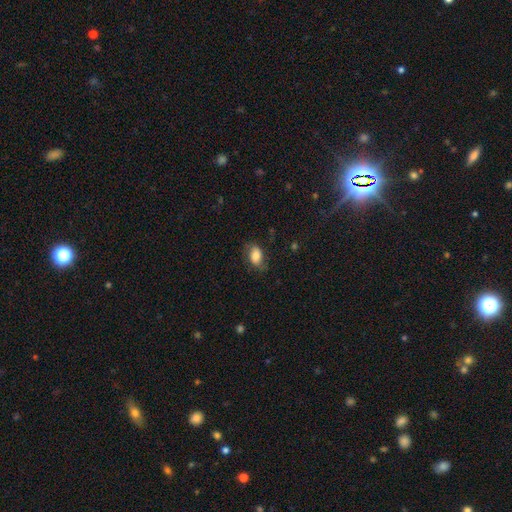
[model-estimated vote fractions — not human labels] Q: Smooth or featured?
A: smooth (71%); runner-up: featured or disk (21%)
Q: How rounded?
A: in between (84%); runner-up: round (14%)
Q: Merging?
A: none (67%); runner-up: minor disturbance (22%)